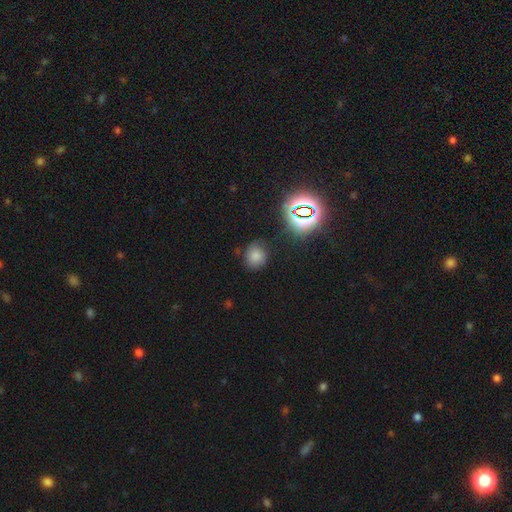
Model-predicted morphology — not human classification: Smooth or featured? Predicted: smooth (p=0.71). How rounded? Predicted: round (p=0.78). Merging? Predicted: none (p=0.77).